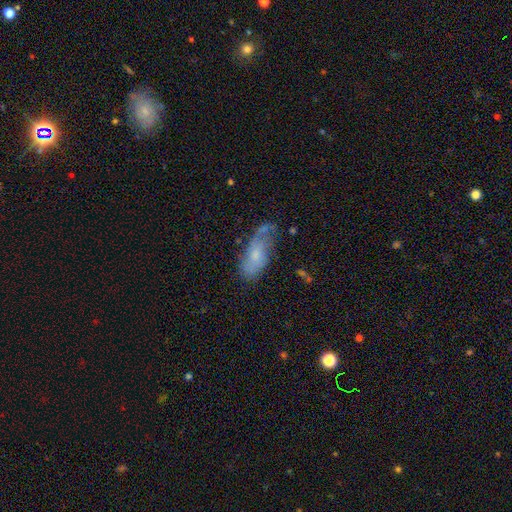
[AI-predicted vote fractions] Overall: smooth (52%; featured or disk 41%). How rounded: in between (83%). Merging: none (42%; minor disturbance 33%).